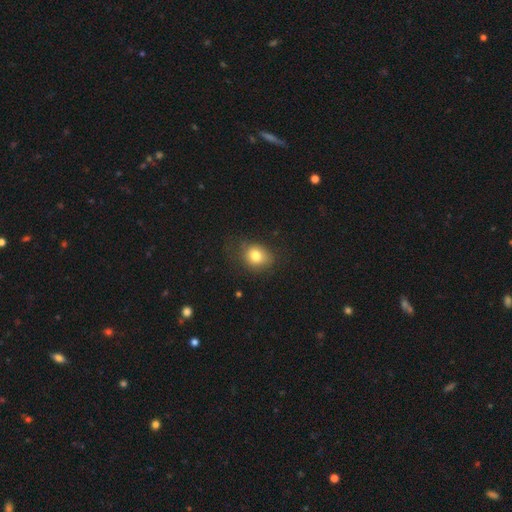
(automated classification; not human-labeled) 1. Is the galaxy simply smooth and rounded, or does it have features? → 79% smooth, 11% star or artifact, 10% featured or disk.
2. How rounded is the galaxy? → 58% round, 41% in between, 1% cigar-shaped.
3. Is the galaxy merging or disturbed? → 69% none, 21% minor disturbance, 8% major disturbance, 1% merger.